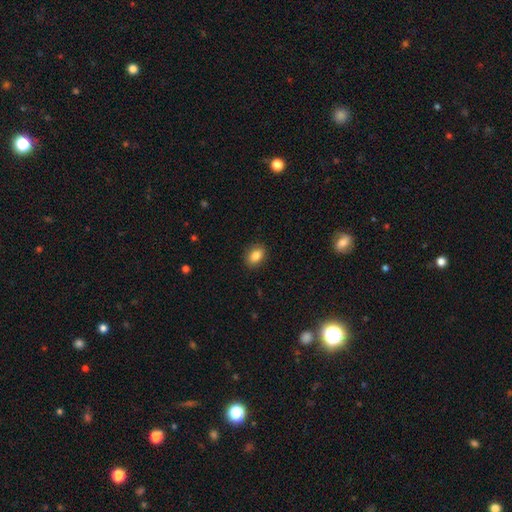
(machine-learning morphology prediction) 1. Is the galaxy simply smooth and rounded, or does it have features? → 87% smooth, 8% star or artifact, 5% featured or disk.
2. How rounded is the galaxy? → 80% in between, 18% round, 1% cigar-shaped.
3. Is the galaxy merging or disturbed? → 88% none, 9% minor disturbance, 2% major disturbance, 1% merger.